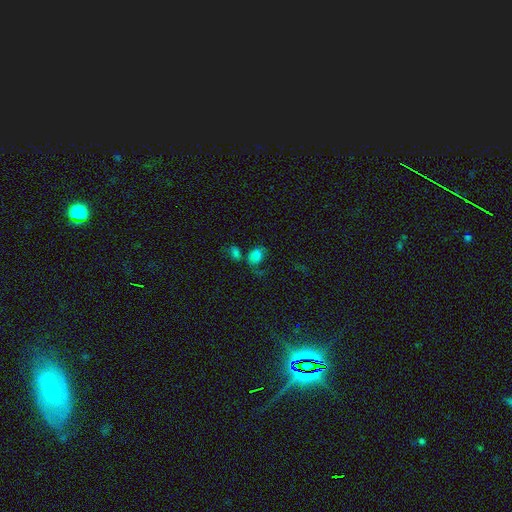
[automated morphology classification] smooth 74%, star or artifact 16%, featured or disk 10%. Down the decision tree: how rounded — in between (62%); merging — none (36%).